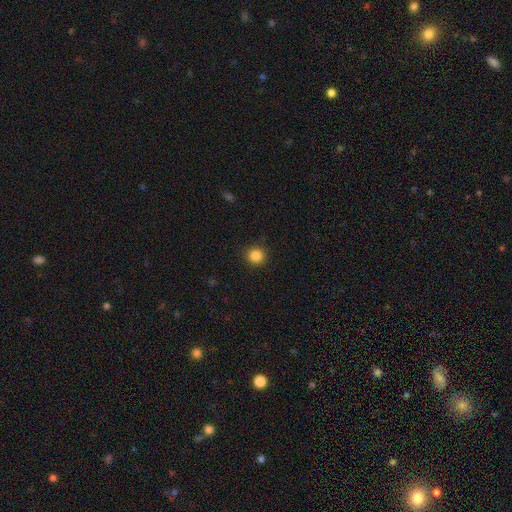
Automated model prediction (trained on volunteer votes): A smooth galaxy with no disk features (85%) that is round (94%).

Vote fractions:
- Smooth or featured? smooth: 85% / star or artifact: 11% / featured or disk: 4%
- How rounded? round: 94% / in between: 6% / cigar-shaped: 1%
- Merging? none: 91% / minor disturbance: 6% / major disturbance: 2% / merger: 1%